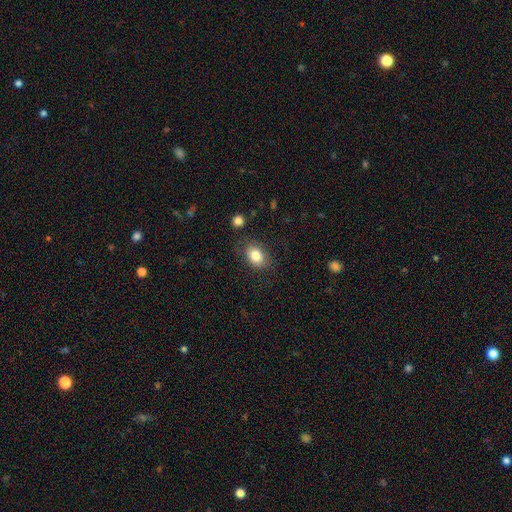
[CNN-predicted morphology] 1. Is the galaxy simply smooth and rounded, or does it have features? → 82% smooth, 9% featured or disk, 9% star or artifact.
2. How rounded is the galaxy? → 73% in between, 26% round, 1% cigar-shaped.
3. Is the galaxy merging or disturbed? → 78% none, 15% minor disturbance, 5% major disturbance, 2% merger.